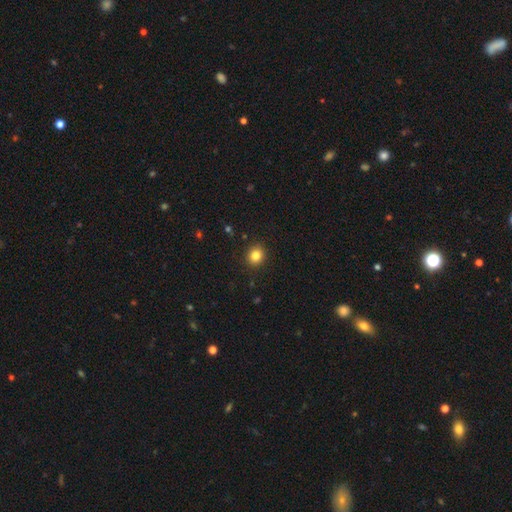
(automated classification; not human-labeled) smooth 83%, star or artifact 12%, featured or disk 5%. Down the decision tree: how rounded — round (86%); merging — none (92%).